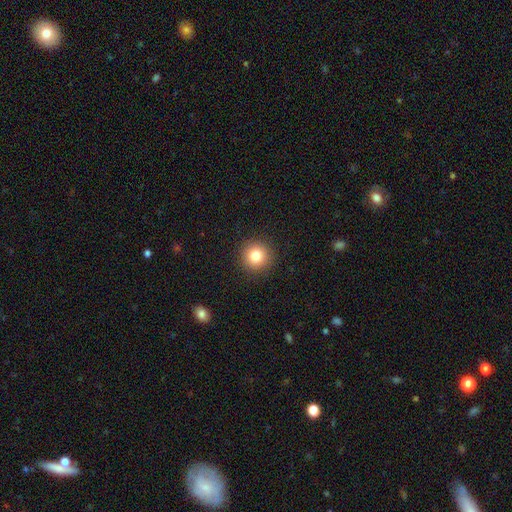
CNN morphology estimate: smooth_or_featured: smooth (p=0.82) [alt: star or artifact p=0.11]
how_rounded: round (p=0.94) [alt: in between p=0.05]
merging: none (p=0.92) [alt: minor disturbance p=0.05]